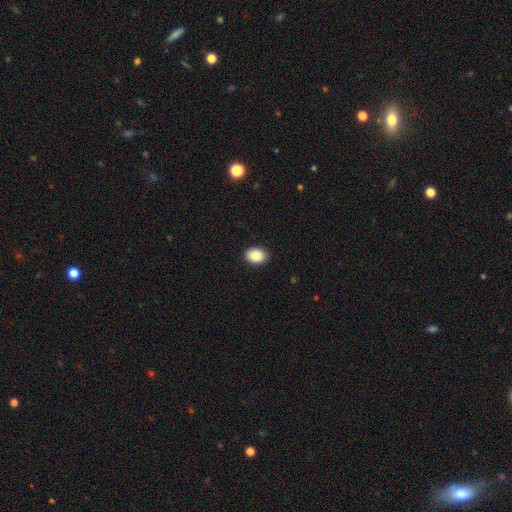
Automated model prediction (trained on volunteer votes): smooth-or-featured: smooth: 85% | star or artifact: 8% | featured or disk: 7%
  how-rounded: in between: 69% | round: 30% | cigar-shaped: 1%
  merging: none: 90% | minor disturbance: 7% | major disturbance: 2% | merger: 1%